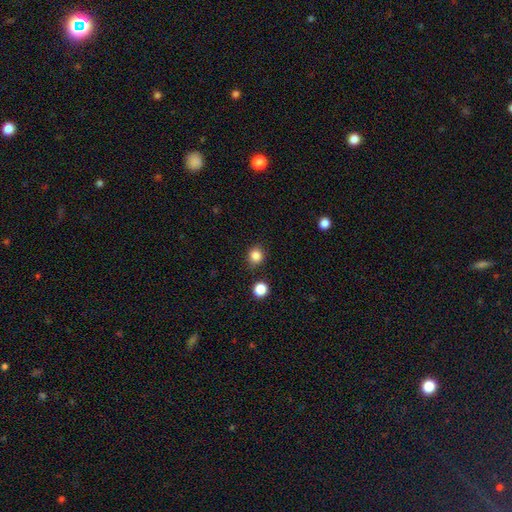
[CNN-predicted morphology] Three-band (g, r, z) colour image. It shows a smooth galaxy with no disk features (85%) that is round (87%). Merging: none (86%).